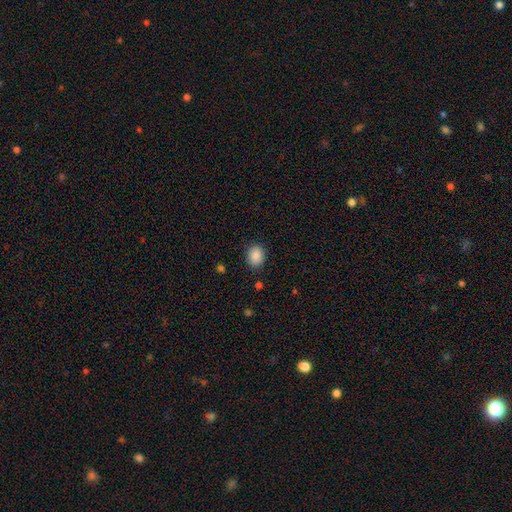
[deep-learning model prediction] Smooth or featured? smooth (88%)
How rounded? in between (55%)
Merging? none (87%)